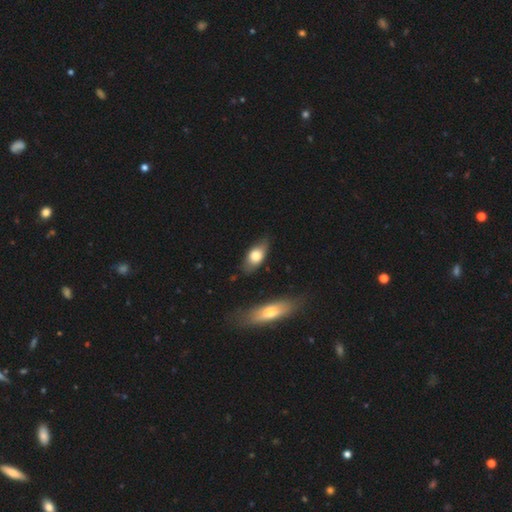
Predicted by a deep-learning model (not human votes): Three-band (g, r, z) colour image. It shows a smooth galaxy with no disk features (70%) that is in between round and cigar-shaped (84%). Merging: none (72%).